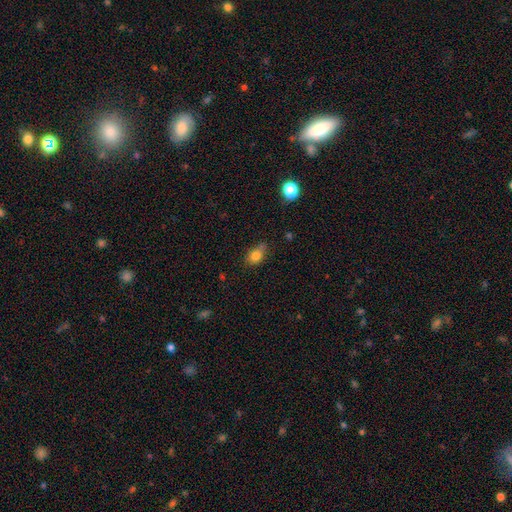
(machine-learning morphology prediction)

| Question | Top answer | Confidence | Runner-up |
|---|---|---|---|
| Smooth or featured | smooth | 80% | star or artifact (11%) |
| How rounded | in between | 63% | round (35%) |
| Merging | none | 59% | minor disturbance (28%) |